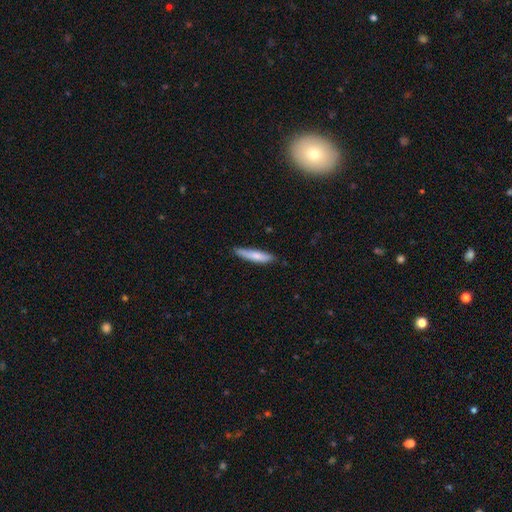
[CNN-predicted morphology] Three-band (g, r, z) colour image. It shows a smooth galaxy with no disk features (75%) that is cigar-shaped (85%). Merging: none (77%).